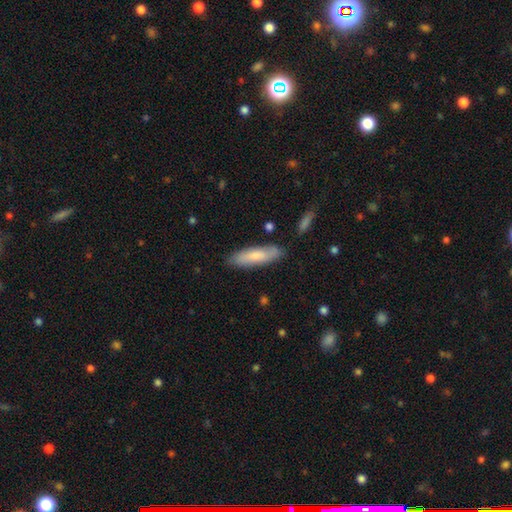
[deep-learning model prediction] The model was most divided on "how rounded": cigar-shaped: 60%, in between: 38%, round: 1%. More confident: merging — none (82%); smooth or featured — smooth (73%).